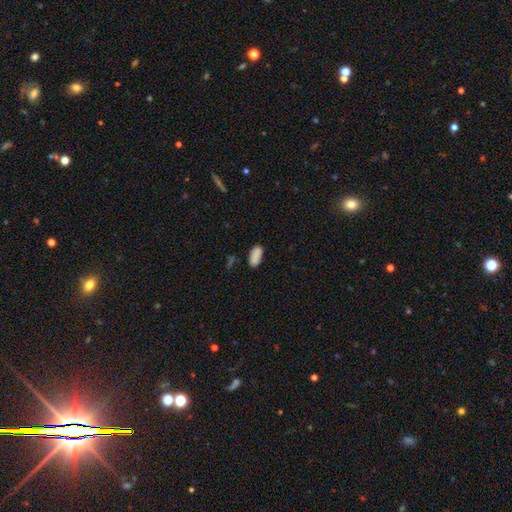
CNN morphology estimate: A smooth galaxy with no disk features (87%) that is in between round and cigar-shaped (91%).

Vote fractions:
- Smooth or featured? smooth: 87% / star or artifact: 8% / featured or disk: 5%
- How rounded? in between: 91% / cigar-shaped: 6% / round: 2%
- Merging? none: 78% / minor disturbance: 15% / merger: 4% / major disturbance: 3%